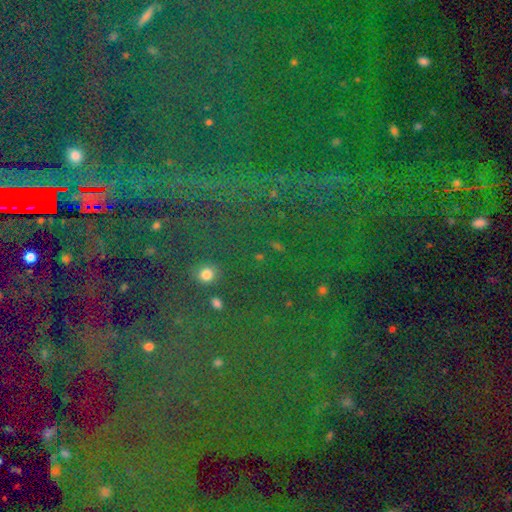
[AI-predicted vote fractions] Smooth or featured: star or artifact — 85% (smooth — 8%)